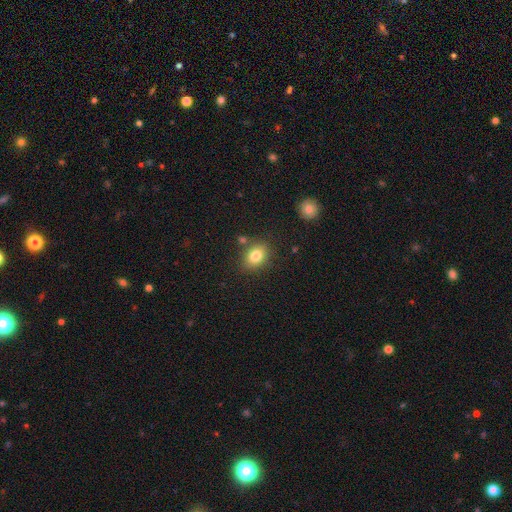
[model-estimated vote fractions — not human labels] smooth-or-featured: smooth: 82% | star or artifact: 10% | featured or disk: 9%
  how-rounded: in between: 62% | round: 37% | cigar-shaped: 1%
  merging: none: 76% | minor disturbance: 13% | merger: 8% | major disturbance: 3%